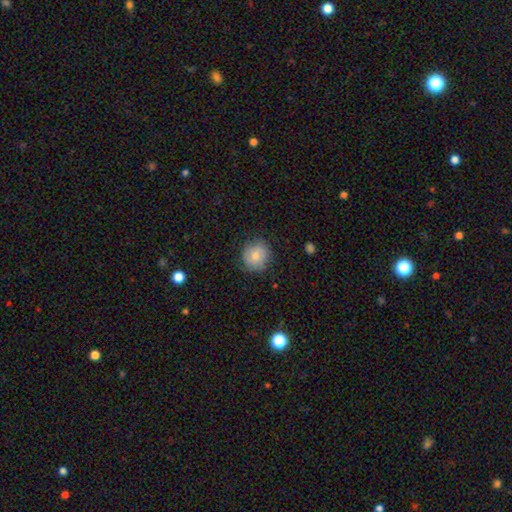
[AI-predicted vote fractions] Q: Smooth or featured?
A: smooth (73%); runner-up: featured or disk (19%)
Q: How rounded?
A: round (86%); runner-up: in between (13%)
Q: Merging?
A: none (79%); runner-up: minor disturbance (16%)